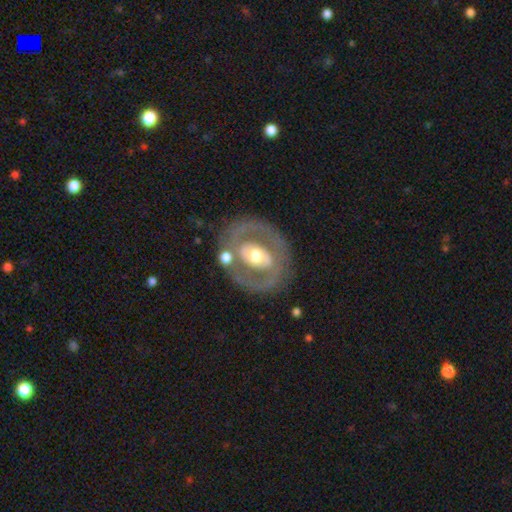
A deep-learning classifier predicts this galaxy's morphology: The model was most divided on "spiral arms": no: 63%, yes: 37%. More confident: edge-on disk — no (95%); merging — none (71%); smooth or featured — featured or disk (71%); bulge size — moderate (68%); bar — no (55%).